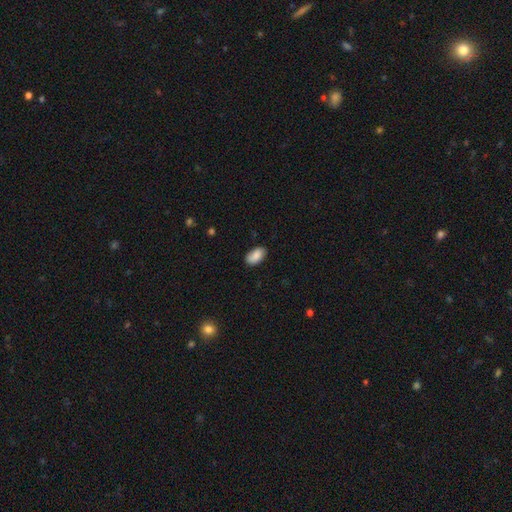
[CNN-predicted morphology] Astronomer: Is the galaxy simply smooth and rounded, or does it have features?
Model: smooth — 86%.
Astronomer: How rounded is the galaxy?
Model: in between — 94%.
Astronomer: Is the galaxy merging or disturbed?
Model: none — 81%.